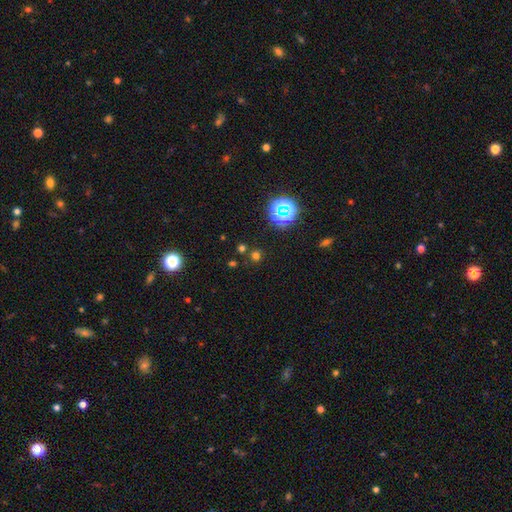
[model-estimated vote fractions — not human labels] smooth 55%, star or artifact 39%, featured or disk 7%. Down the decision tree: how rounded — round (90%); merging — none (79%).